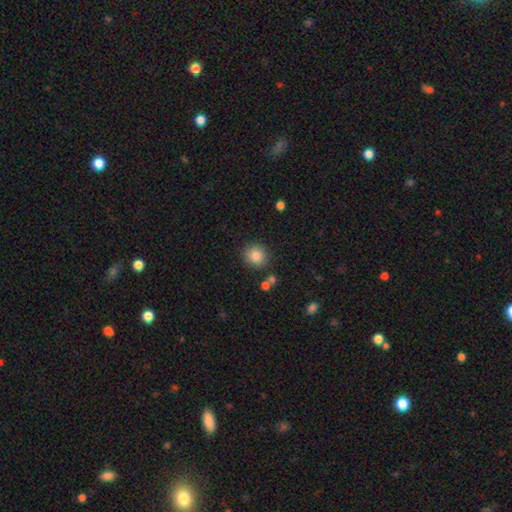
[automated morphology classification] Q: Smooth or featured?
A: smooth (85%); runner-up: star or artifact (10%)
Q: How rounded?
A: round (89%); runner-up: in between (10%)
Q: Merging?
A: none (85%); runner-up: minor disturbance (8%)